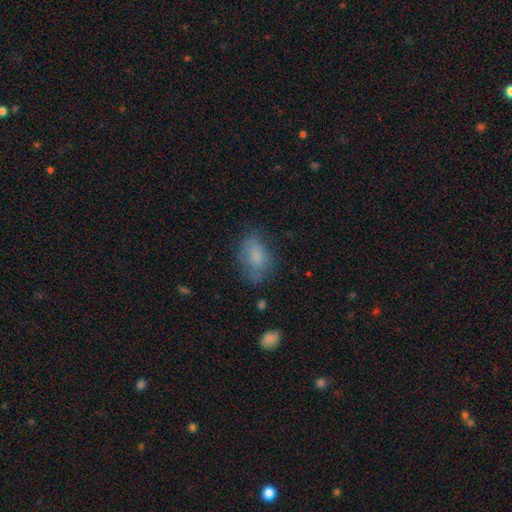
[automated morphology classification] smooth-or-featured: smooth: 73% | featured or disk: 17% | star or artifact: 10%
  how-rounded: in between: 85% | round: 13% | cigar-shaped: 2%
  merging: none: 56% | minor disturbance: 27% | major disturbance: 15% | merger: 3%